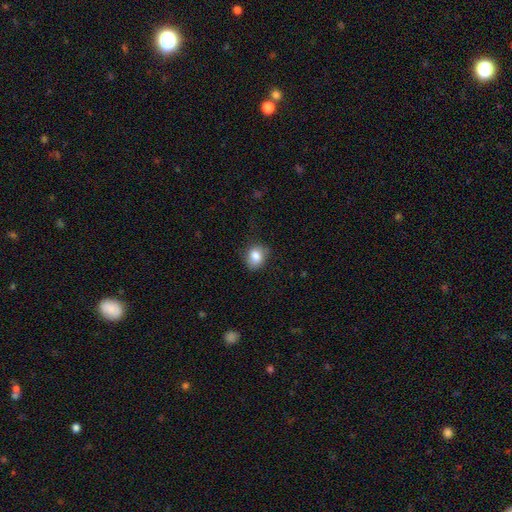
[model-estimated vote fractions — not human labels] A smooth galaxy with no disk features (83%) that is round (56%). Merging: none (72%).